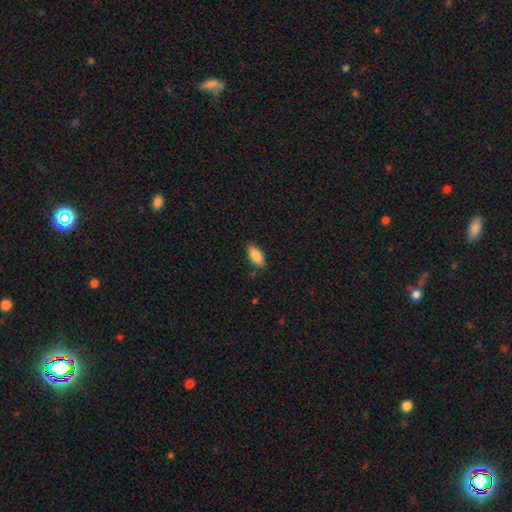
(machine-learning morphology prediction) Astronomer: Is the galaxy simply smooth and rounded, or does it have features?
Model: smooth — 86%.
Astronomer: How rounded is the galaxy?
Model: in between — 88%.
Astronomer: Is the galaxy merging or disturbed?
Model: none — 84%.